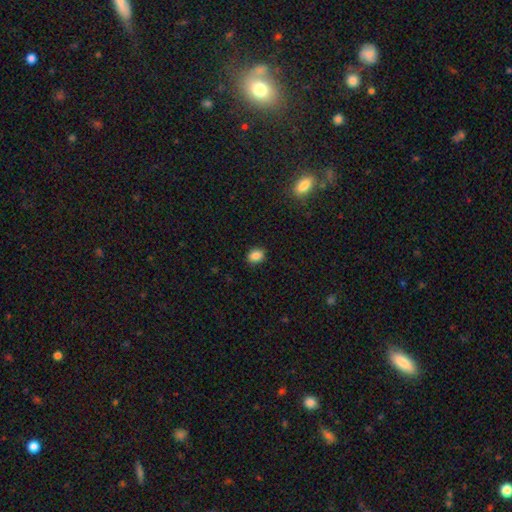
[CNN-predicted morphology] Overall: smooth (86%). How rounded: in between (59%; round 39%). Merging: none (87%).